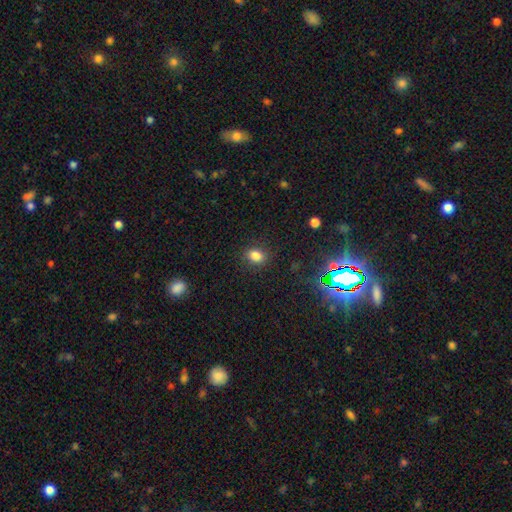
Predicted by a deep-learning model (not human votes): Smooth or featured?
  - smooth: 81% *
  - star or artifact: 13%
  - featured or disk: 6%
How rounded?
  - in between: 58% *
  - round: 41%
  - cigar-shaped: 1%
Merging?
  - none: 86% *
  - minor disturbance: 10%
  - major disturbance: 3%
  - merger: 1%